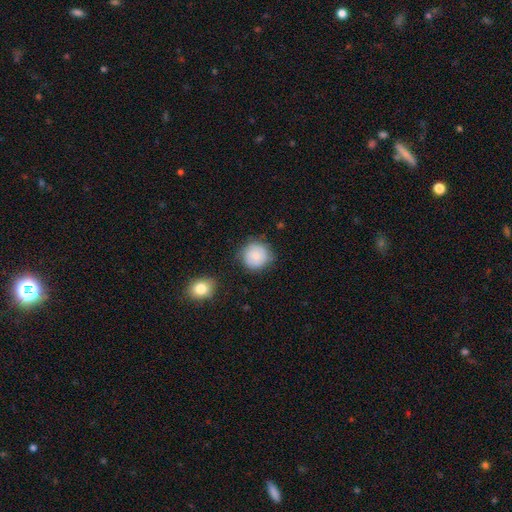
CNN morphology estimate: smooth 75%, featured or disk 18%, star or artifact 8%. Down the decision tree: how rounded — round (92%); merging — none (76%).